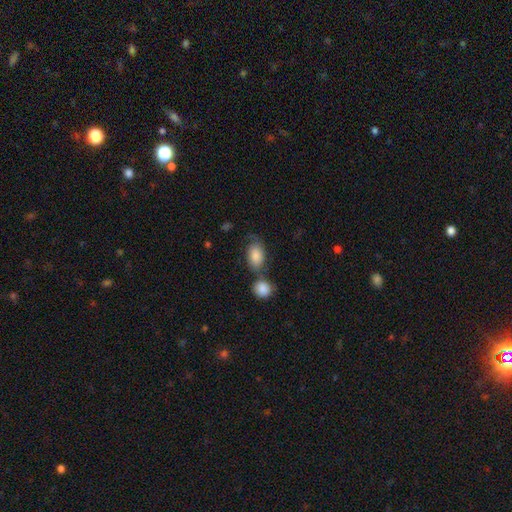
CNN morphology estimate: Smooth or featured: smooth — 80% (featured or disk — 13%)
How rounded: in between — 87% (round — 11%)
Merging: none — 43% (merger — 28%)